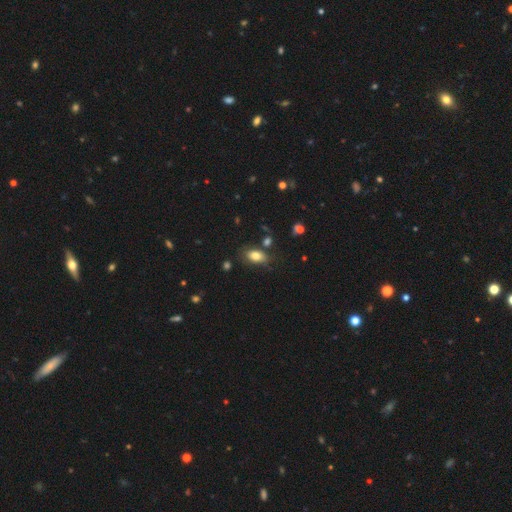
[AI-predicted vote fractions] A smooth galaxy with no disk features (81%) that is in between round and cigar-shaped (89%). Merging: none (75%).